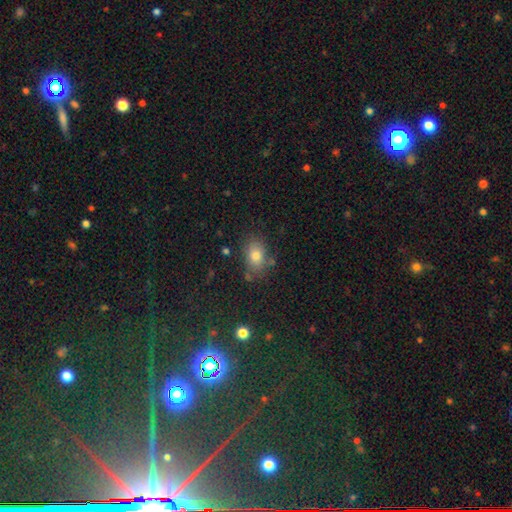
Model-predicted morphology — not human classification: Smooth or featured?
  - smooth: 77% *
  - star or artifact: 12%
  - featured or disk: 11%
How rounded?
  - in between: 76% *
  - round: 23%
  - cigar-shaped: 2%
Merging?
  - none: 75% *
  - minor disturbance: 15%
  - merger: 5%
  - major disturbance: 4%